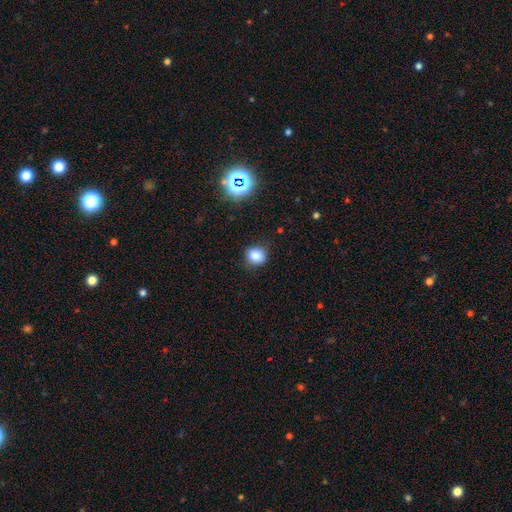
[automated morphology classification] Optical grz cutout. It shows a smooth galaxy with no disk features (82%) that is round (77%). Merging: none (81%).